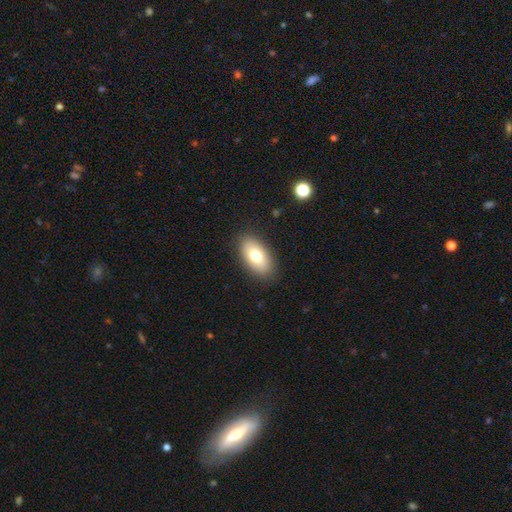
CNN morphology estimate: type=smooth (75%); roundness=in between (93%); merging=none (88%).